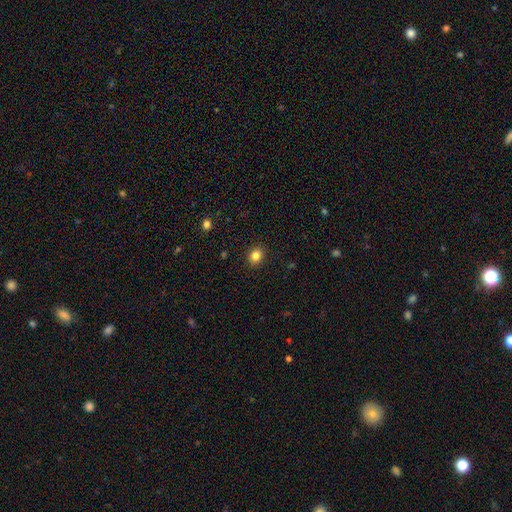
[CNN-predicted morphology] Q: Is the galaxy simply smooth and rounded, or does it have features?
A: smooth — 84%.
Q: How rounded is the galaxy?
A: round — 58%.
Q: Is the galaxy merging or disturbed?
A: none — 90%.